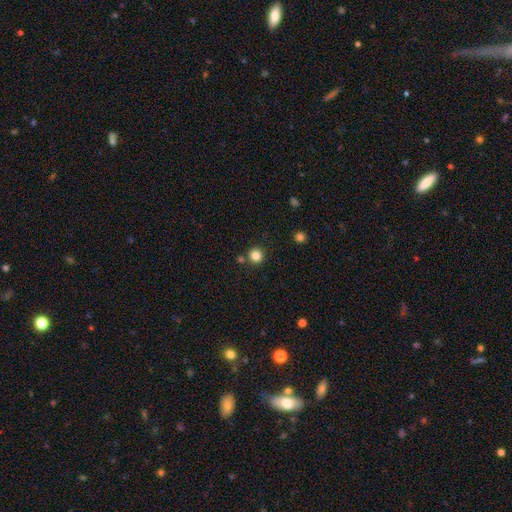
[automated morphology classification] Overall: smooth (83%). How rounded: round (94%). Merging: none (84%).